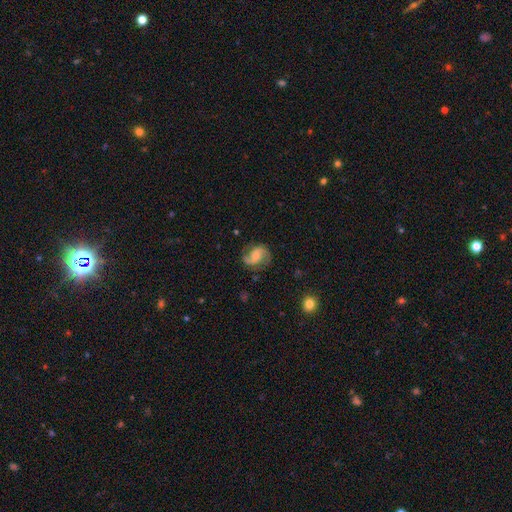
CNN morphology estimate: smooth_or_featured: featured or disk (p=0.76) [alt: smooth p=0.17]
disk_edge_on: no (p=0.98) [alt: yes p=0.02]
bar: no (p=0.51) [alt: weak p=0.38]
has_spiral_arms: yes (p=0.95) [alt: no p=0.05]
spiral_winding: medium (p=0.45) [alt: loose p=0.39]
spiral_arm_count: 2 (p=0.89) [alt: can't tell p=0.04]
bulge_size: moderate (p=0.45) [alt: small p=0.41]
merging: none (p=0.73) [alt: minor disturbance p=0.18]